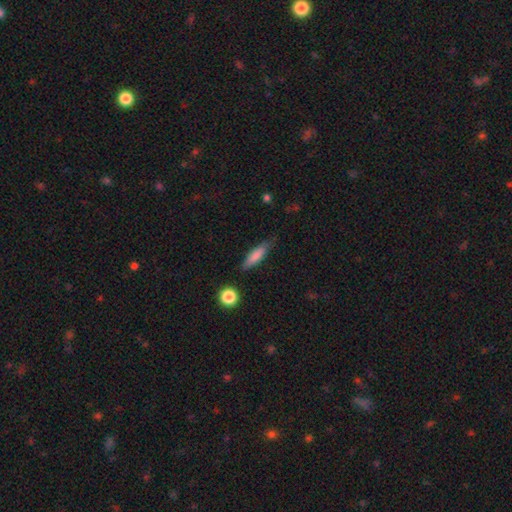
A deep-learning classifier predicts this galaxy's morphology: Smooth or featured?
  - smooth: 78% *
  - featured or disk: 15%
  - star or artifact: 7%
How rounded?
  - cigar-shaped: 67% *
  - in between: 31%
  - round: 2%
Merging?
  - none: 78% *
  - minor disturbance: 17%
  - major disturbance: 4%
  - merger: 2%